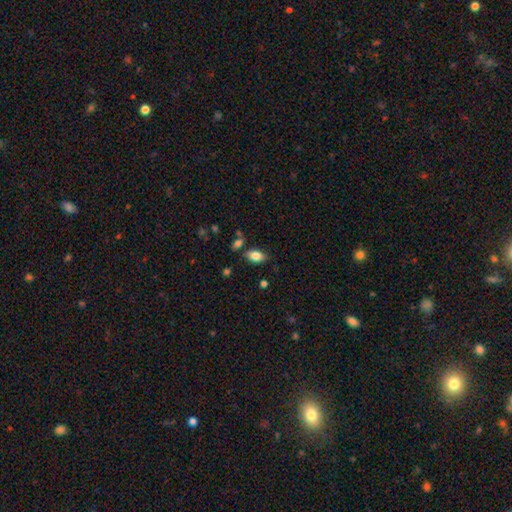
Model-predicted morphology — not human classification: smooth-or-featured: smooth: 83% | featured or disk: 8% | star or artifact: 8%
  how-rounded: in between: 90% | round: 7% | cigar-shaped: 3%
  merging: none: 78% | minor disturbance: 13% | merger: 6% | major disturbance: 3%